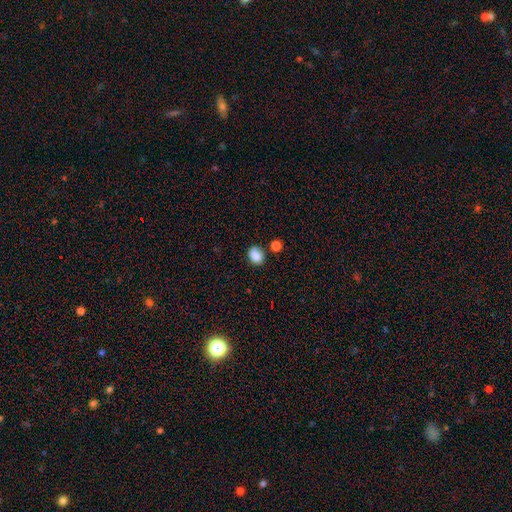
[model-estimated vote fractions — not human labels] This appears to be a smooth galaxy with no disk features (84%) that is in between round and cigar-shaped (53%). Merging: none (69%).